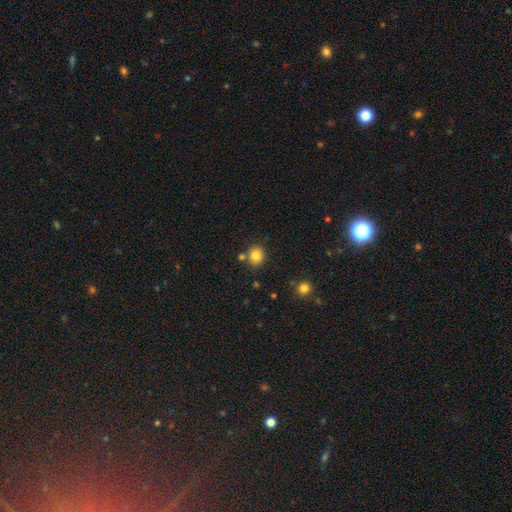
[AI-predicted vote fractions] Smooth or featured? smooth (83%)
How rounded? round (77%)
Merging? none (77%)